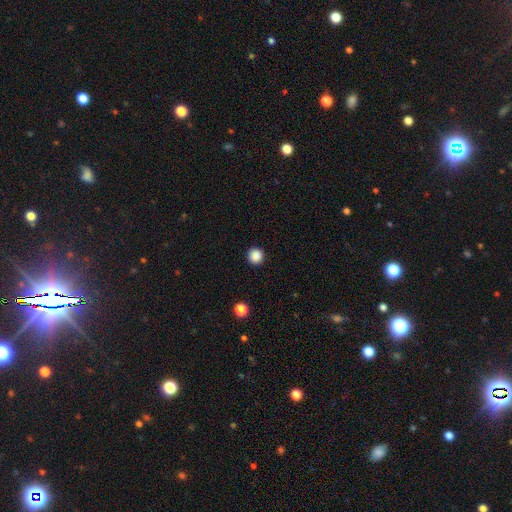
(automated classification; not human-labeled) The model was most divided on "smooth or featured": smooth: 87%, star or artifact: 10%, featured or disk: 2%. More confident: how rounded — round (96%); merging — none (93%).